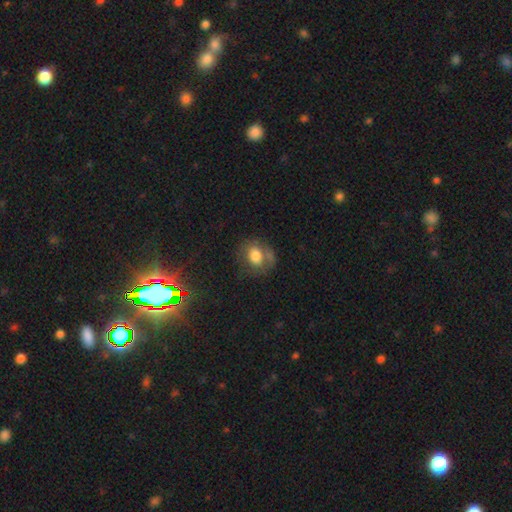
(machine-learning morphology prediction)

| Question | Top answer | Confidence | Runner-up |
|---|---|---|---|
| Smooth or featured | smooth | 67% | featured or disk (23%) |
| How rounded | round | 57% | in between (41%) |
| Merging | none | 53% | minor disturbance (23%) |